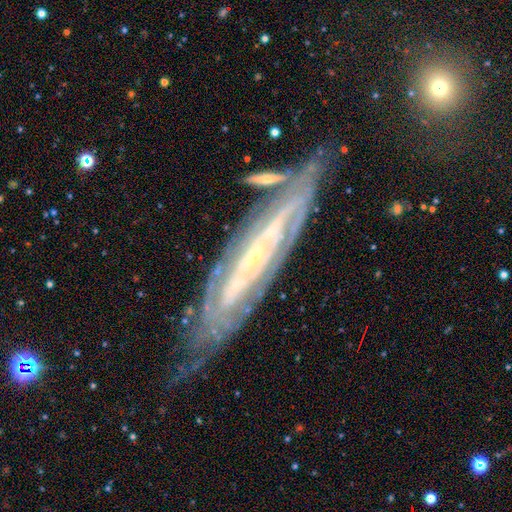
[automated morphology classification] Smooth or featured? Predicted: featured or disk (p=0.84). Edge-on disk? Predicted: no (p=0.64). Bar? Predicted: no (p=0.51). Spiral arms? Predicted: yes (p=0.91). Bulge size? Predicted: small (p=0.79). Merging? Predicted: none (p=0.69).